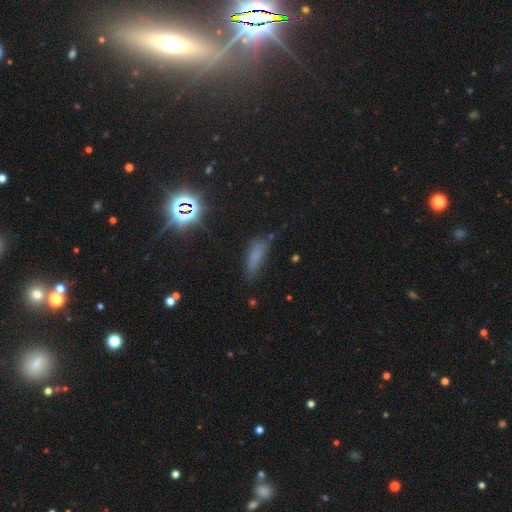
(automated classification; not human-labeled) Q: Smooth or featured?
A: smooth (63%); runner-up: star or artifact (23%)
Q: How rounded?
A: in between (50%); runner-up: cigar-shaped (47%)
Q: Merging?
A: none (64%); runner-up: minor disturbance (24%)